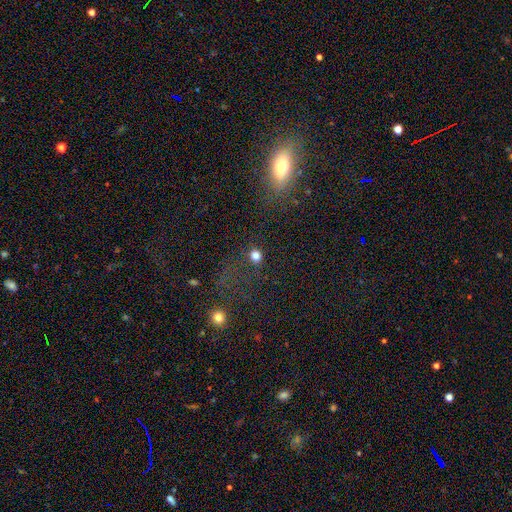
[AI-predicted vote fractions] Q: Smooth or featured?
A: smooth (79%); runner-up: star or artifact (16%)
Q: How rounded?
A: round (87%); runner-up: in between (12%)
Q: Merging?
A: none (83%); runner-up: minor disturbance (8%)